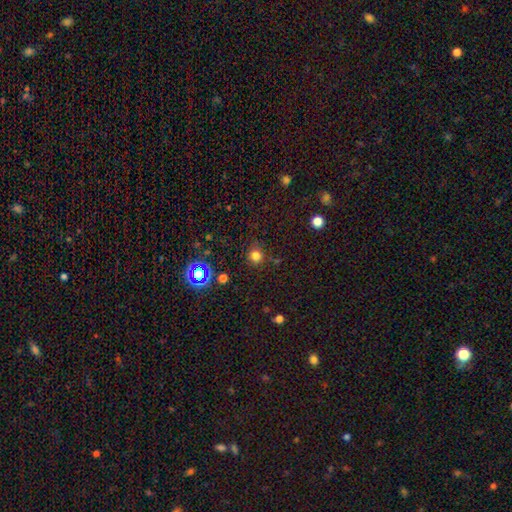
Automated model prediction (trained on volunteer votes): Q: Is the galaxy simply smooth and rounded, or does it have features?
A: smooth — 74%.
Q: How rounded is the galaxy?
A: round — 91%.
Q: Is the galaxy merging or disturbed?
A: none — 83%.